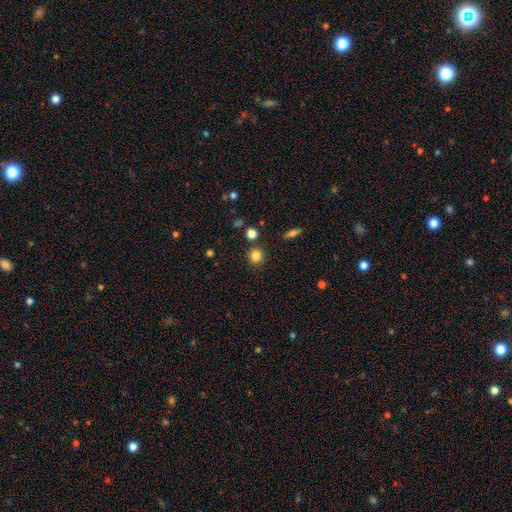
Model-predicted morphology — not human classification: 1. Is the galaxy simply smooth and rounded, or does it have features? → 83% smooth, 12% star or artifact, 5% featured or disk.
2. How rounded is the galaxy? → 88% round, 11% in between, 1% cigar-shaped.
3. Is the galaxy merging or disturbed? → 85% none, 7% minor disturbance, 5% merger, 2% major disturbance.